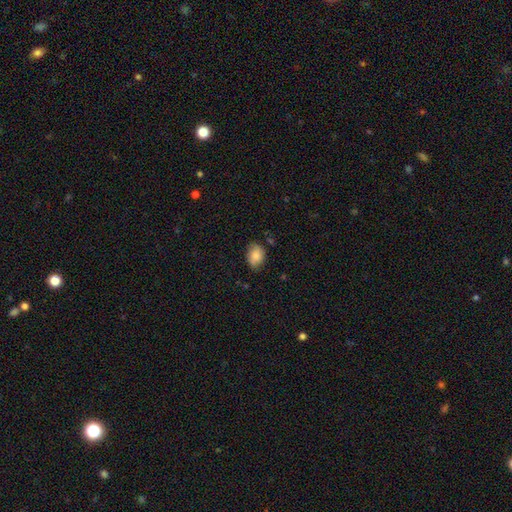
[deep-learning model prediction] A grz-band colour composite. It shows a smooth galaxy with no disk features (84%) that is in between round and cigar-shaped (77%). Merging: none (73%).